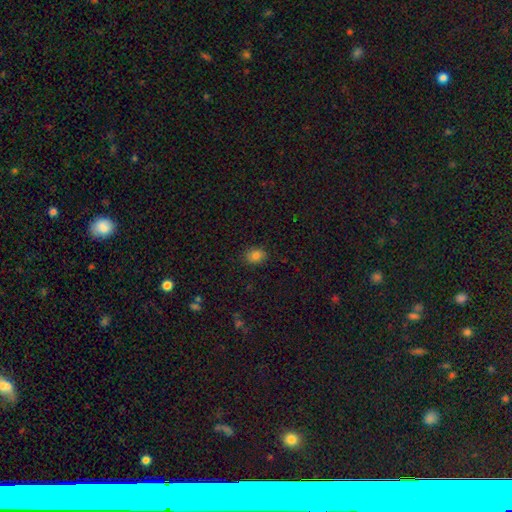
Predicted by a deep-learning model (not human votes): This appears to be a smooth galaxy with no disk features (81%) that is in between round and cigar-shaped (60%). Merging: none (87%).